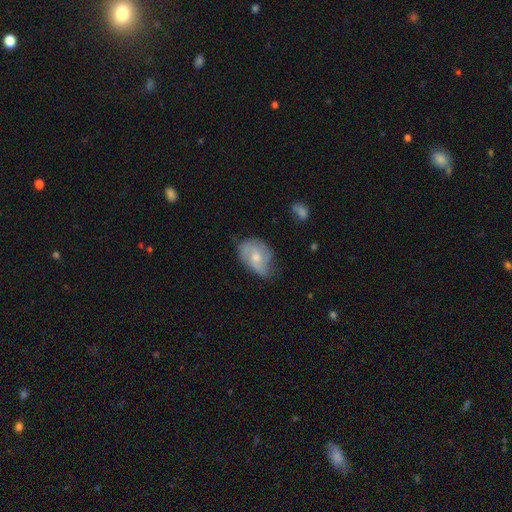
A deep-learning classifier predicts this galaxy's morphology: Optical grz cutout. It shows a featured or disk galaxy (51%). Merging: none (47%).